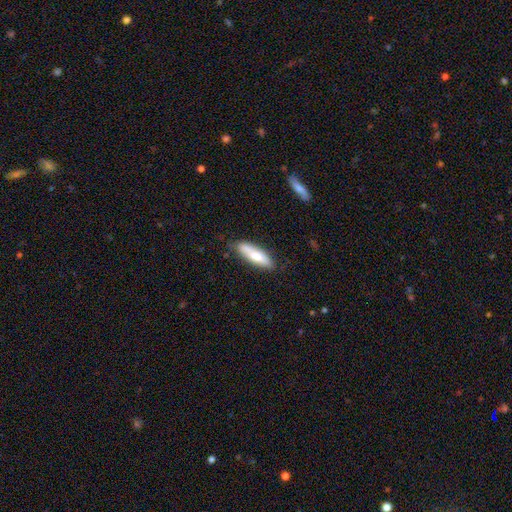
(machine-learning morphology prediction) Smooth or featured?
  - smooth: 71% *
  - featured or disk: 23%
  - star or artifact: 6%
How rounded?
  - cigar-shaped: 57% *
  - in between: 41%
  - round: 2%
Merging?
  - none: 73% *
  - minor disturbance: 20%
  - major disturbance: 4%
  - merger: 3%